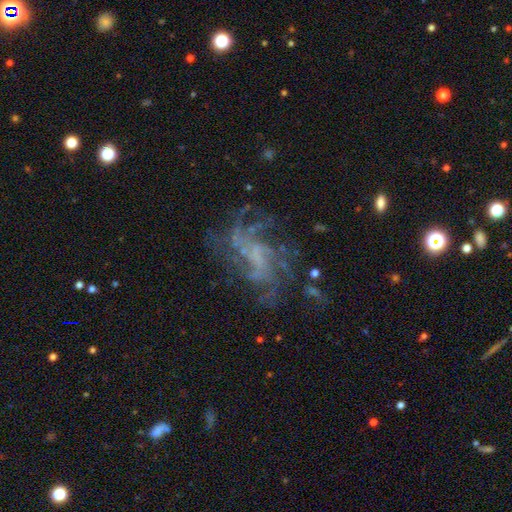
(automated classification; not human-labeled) This is likely a featured or disk galaxy (77%). It is clearly not viewed edge-on (97%). Bar: possibly no (54%). Spiral arm pattern: clearly yes (87%). Spiral arm count: marginally can't tell (31%). Spiral winding: marginally medium (41%). Central bulge: possibly none (59%). Merging: possibly none (58%).